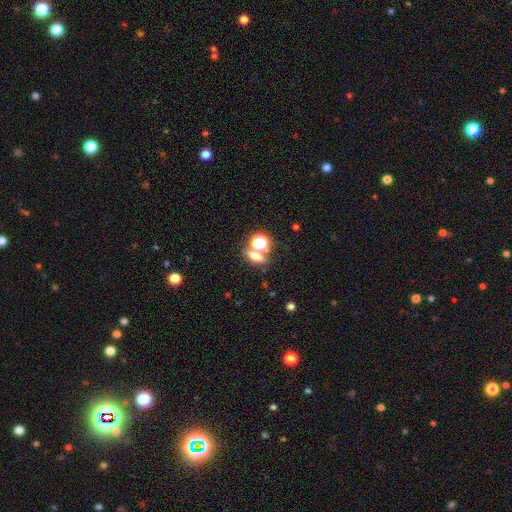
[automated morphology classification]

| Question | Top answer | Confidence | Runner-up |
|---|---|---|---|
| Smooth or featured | smooth | 61% | star or artifact (24%) |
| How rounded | in between | 55% | round (35%) |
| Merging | none | 57% | merger (29%) |